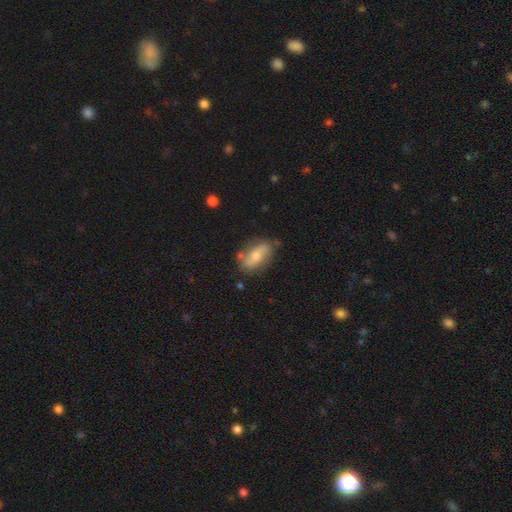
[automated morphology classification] smooth-or-featured: smooth: 53% | featured or disk: 39% | star or artifact: 7%
  how-rounded: in between: 84% | cigar-shaped: 11% | round: 6%
  merging: none: 70% | minor disturbance: 20% | merger: 5% | major disturbance: 5%